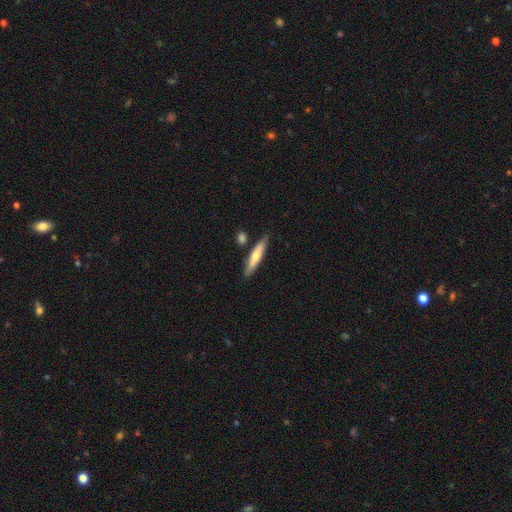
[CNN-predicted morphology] The model was most divided on "smooth or featured": smooth: 56%, featured or disk: 38%, star or artifact: 6%. More confident: how rounded — cigar-shaped (85%); merging — none (81%).